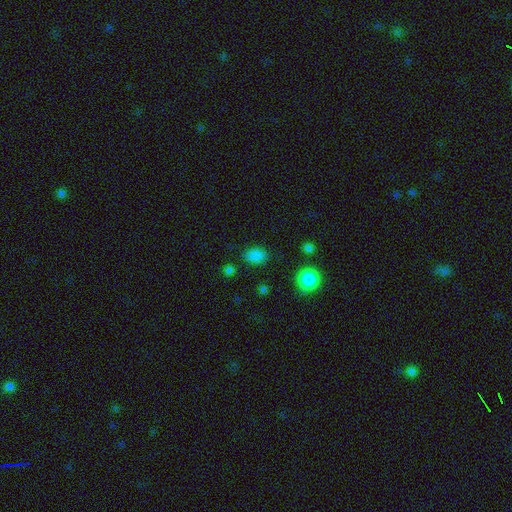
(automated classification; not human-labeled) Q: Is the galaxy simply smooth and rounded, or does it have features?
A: smooth — 84%.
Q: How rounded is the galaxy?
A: in between — 73%.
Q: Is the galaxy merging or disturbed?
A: none — 83%.